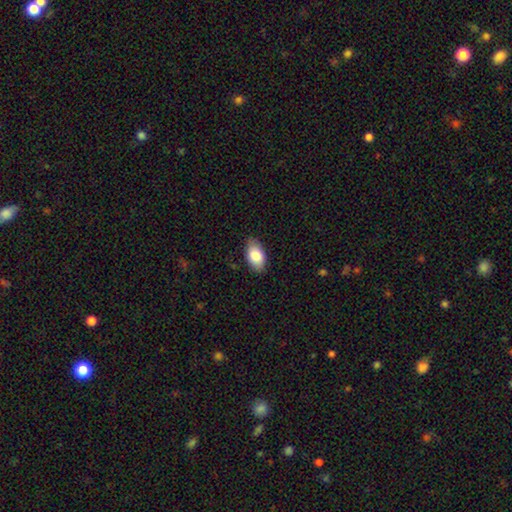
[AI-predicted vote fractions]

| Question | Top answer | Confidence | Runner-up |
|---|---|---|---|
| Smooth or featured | smooth | 83% | featured or disk (10%) |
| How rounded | in between | 92% | round (6%) |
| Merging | none | 82% | minor disturbance (15%) |